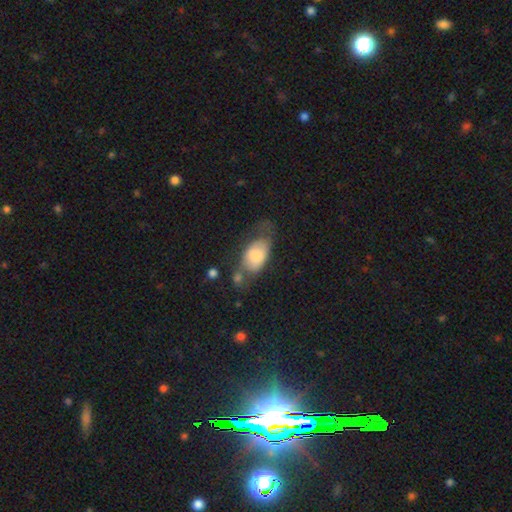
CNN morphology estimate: A smooth galaxy with no disk features (71%) that is in between round and cigar-shaped (90%).

Vote fractions:
- Smooth or featured? smooth: 71% / featured or disk: 23% / star or artifact: 7%
- How rounded? in between: 90% / round: 7% / cigar-shaped: 3%
- Merging? none: 35% / minor disturbance: 29% / major disturbance: 25% / merger: 11%